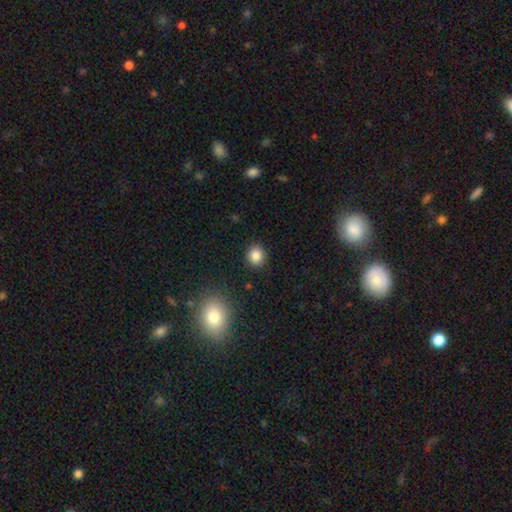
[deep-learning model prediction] smooth_or_featured: smooth (p=0.84) [alt: star or artifact p=0.10]
how_rounded: round (p=0.80) [alt: in between p=0.19]
merging: none (p=0.90) [alt: minor disturbance p=0.06]